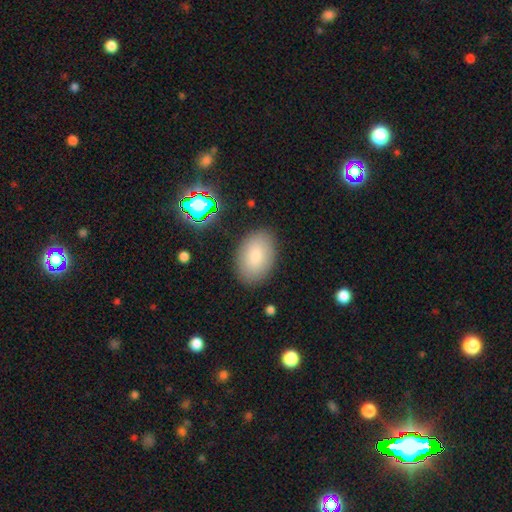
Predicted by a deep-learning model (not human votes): Smooth or featured?
  - smooth: 80% *
  - featured or disk: 11%
  - star or artifact: 9%
How rounded?
  - in between: 89% *
  - round: 10%
  - cigar-shaped: 1%
Merging?
  - none: 86% *
  - minor disturbance: 10%
  - major disturbance: 3%
  - merger: 1%